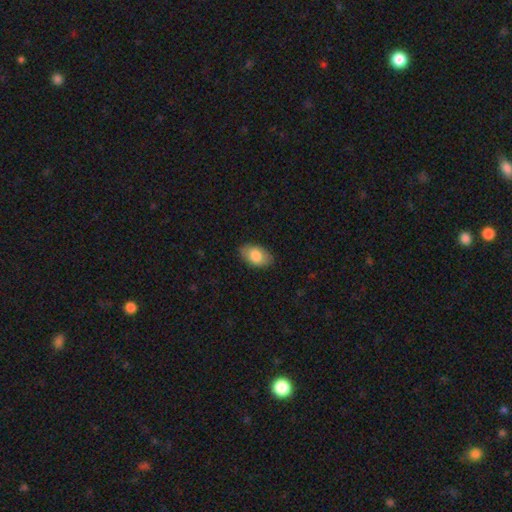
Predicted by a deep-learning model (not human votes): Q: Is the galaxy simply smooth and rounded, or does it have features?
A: smooth — 82%.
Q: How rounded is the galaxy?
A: in between — 92%.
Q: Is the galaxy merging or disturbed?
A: none — 84%.